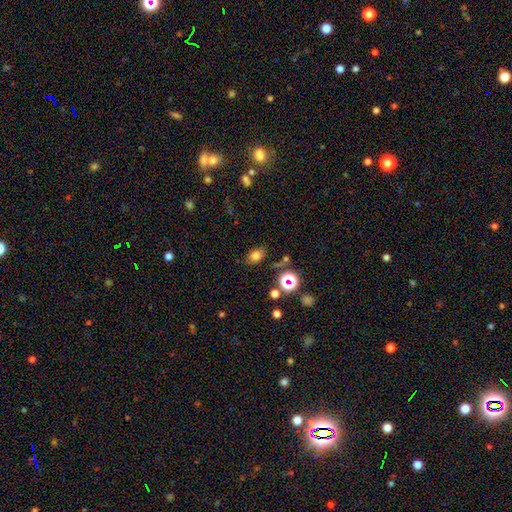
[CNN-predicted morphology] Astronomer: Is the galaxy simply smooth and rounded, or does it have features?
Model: smooth — 72%.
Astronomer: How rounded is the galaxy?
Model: in between — 69%.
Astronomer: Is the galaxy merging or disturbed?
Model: none — 77%.